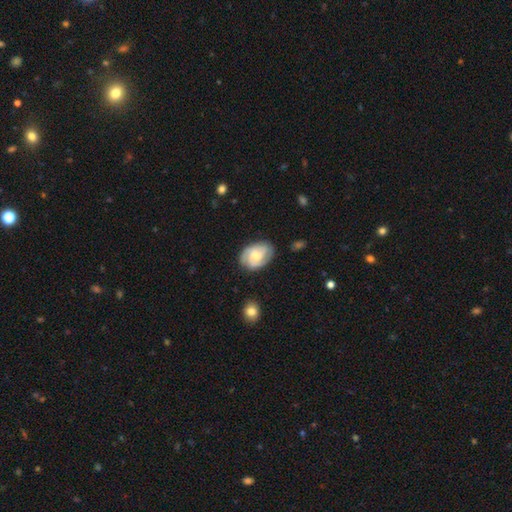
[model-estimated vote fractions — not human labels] Q: Smooth or featured?
A: featured or disk (69%); runner-up: smooth (24%)
Q: Edge-on disk?
A: no (97%); runner-up: yes (3%)
Q: Bar?
A: no (58%); runner-up: weak (36%)
Q: Spiral arms?
A: yes (93%); runner-up: no (7%)
Q: Spiral winding?
A: tight (50%); runner-up: medium (39%)
Q: Spiral arm count?
A: 3 (37%); runner-up: 2 (31%)
Q: Bulge size?
A: moderate (55%); runner-up: small (34%)
Q: Merging?
A: none (75%); runner-up: minor disturbance (18%)